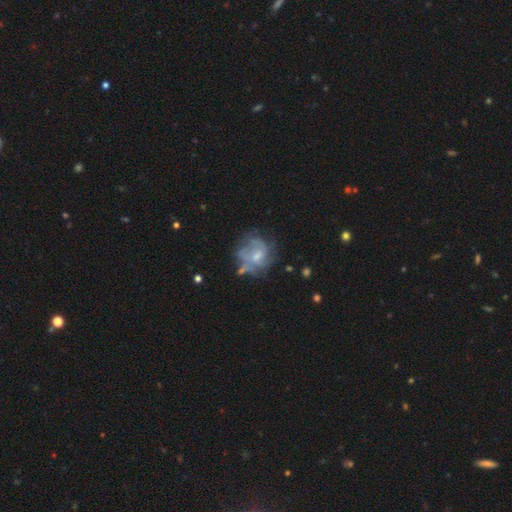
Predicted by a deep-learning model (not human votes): A featured or disk galaxy (61%) with no bar (68%), spiral arms (52%) and a moderate central bulge (44%). Merging: none (47%).